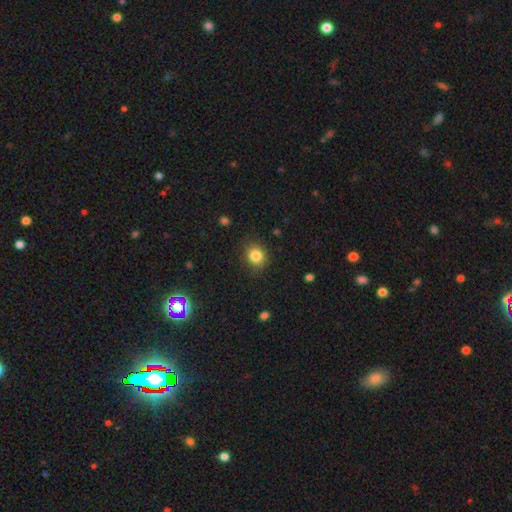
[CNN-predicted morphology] The model was most divided on "how rounded": round: 75%, in between: 24%, cigar-shaped: 1%. More confident: merging — none (85%); smooth or featured — smooth (83%).